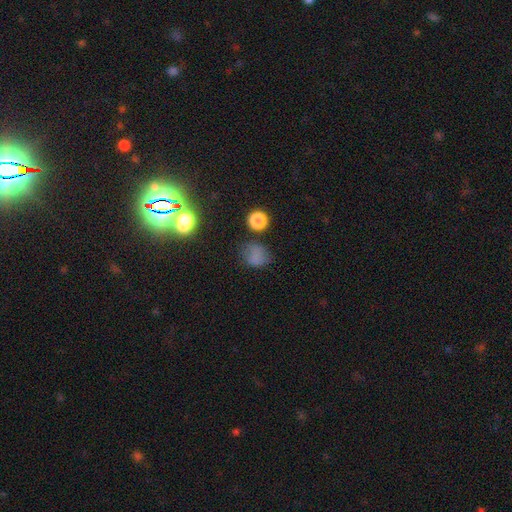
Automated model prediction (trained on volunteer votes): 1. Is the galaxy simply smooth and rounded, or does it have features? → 69% smooth, 22% star or artifact, 9% featured or disk.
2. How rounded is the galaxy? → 56% round, 43% in between, 1% cigar-shaped.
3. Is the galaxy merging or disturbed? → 60% none, 23% minor disturbance, 12% major disturbance, 4% merger.